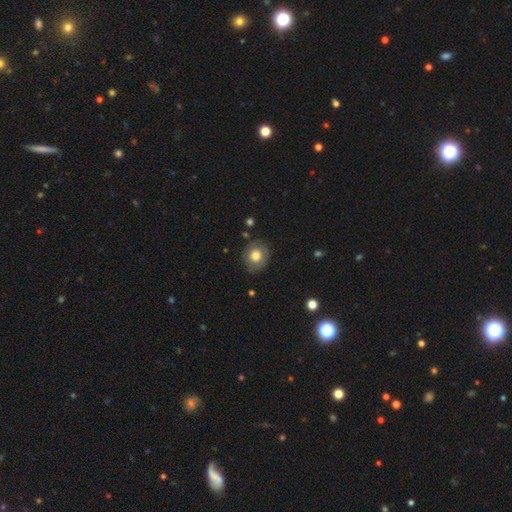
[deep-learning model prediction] The model was most divided on "smooth or featured": smooth: 68%, featured or disk: 23%, star or artifact: 9%. More confident: merging — none (80%); how rounded — round (76%).